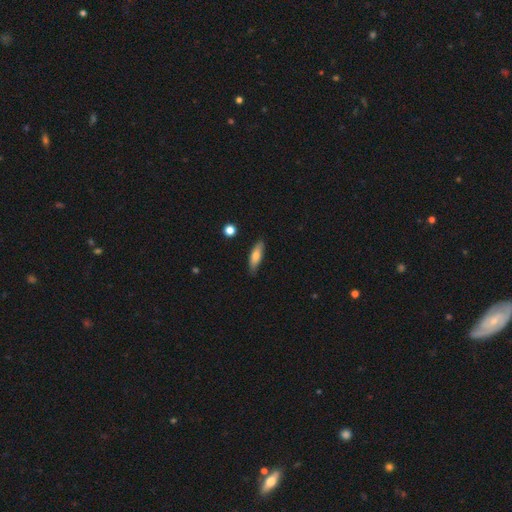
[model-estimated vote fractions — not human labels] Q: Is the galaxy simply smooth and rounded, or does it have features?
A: smooth — 73%.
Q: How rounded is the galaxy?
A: cigar-shaped — 55%.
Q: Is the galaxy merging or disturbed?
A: none — 83%.